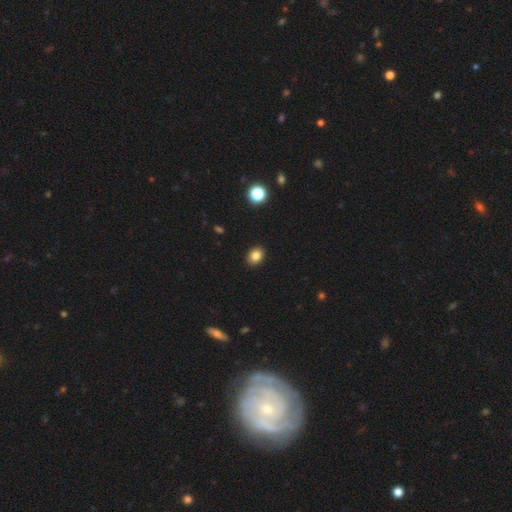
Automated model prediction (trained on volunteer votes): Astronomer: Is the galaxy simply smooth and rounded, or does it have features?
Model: smooth — 83%.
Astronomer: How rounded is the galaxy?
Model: in between — 56% (runner-up: round, 43%).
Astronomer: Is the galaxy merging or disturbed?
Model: none — 91%.